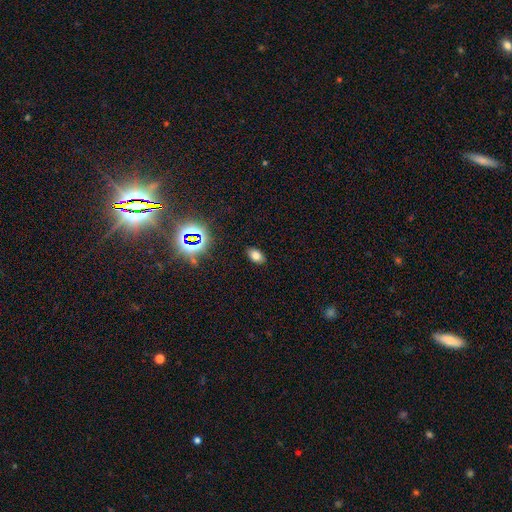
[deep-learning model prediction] Smooth or featured? smooth (72%)
How rounded? in between (88%)
Merging? none (86%)